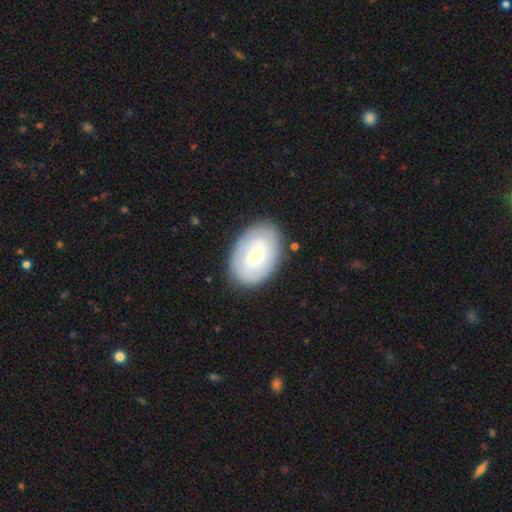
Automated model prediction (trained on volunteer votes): A smooth galaxy with no disk features (53%) that is in between round and cigar-shaped (84%).

Vote fractions:
- Smooth or featured? smooth: 53% / featured or disk: 41% / star or artifact: 6%
- How rounded? in between: 84% / round: 15% / cigar-shaped: 1%
- Merging? none: 83% / minor disturbance: 12% / major disturbance: 3% / merger: 1%